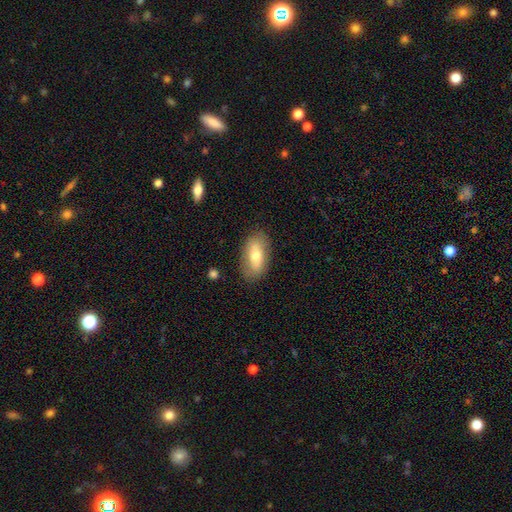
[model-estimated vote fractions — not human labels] A smooth galaxy with no disk features (63%) that is in between round and cigar-shaped (89%). Merging: none (83%).